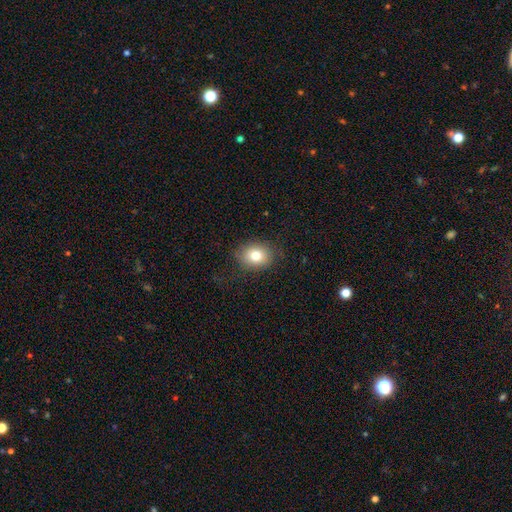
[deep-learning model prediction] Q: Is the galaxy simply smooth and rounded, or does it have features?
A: smooth — 77%.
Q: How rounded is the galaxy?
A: in between — 51%.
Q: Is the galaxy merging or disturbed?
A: none — 81%.